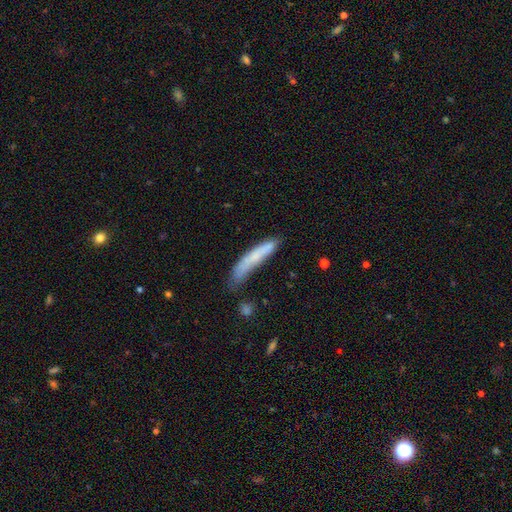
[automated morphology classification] smooth-or-featured: smooth: 70% | featured or disk: 22% | star or artifact: 8%
  how-rounded: cigar-shaped: 92% | in between: 6% | round: 1%
  merging: none: 56% | minor disturbance: 28% | major disturbance: 10% | merger: 6%